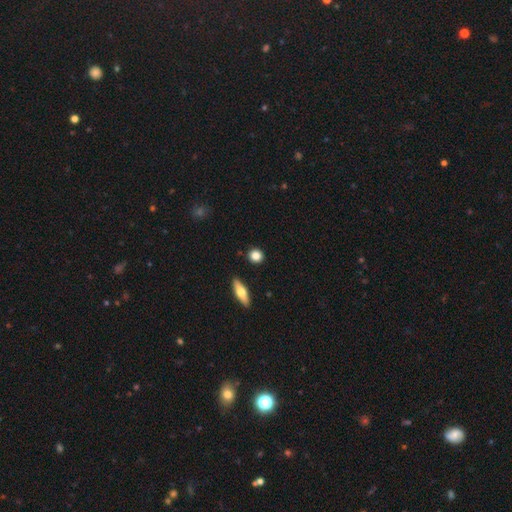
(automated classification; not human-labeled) smooth 83%, featured or disk 9%, star or artifact 9%. Down the decision tree: how rounded — round (81%); merging — none (88%).